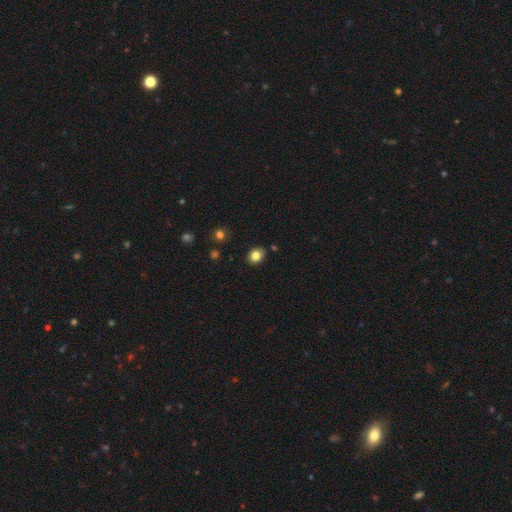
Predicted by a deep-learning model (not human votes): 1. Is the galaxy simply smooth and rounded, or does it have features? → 82% smooth, 10% star or artifact, 8% featured or disk.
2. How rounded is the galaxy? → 54% in between, 45% round, 1% cigar-shaped.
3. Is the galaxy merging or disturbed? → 85% none, 11% minor disturbance, 3% merger, 2% major disturbance.